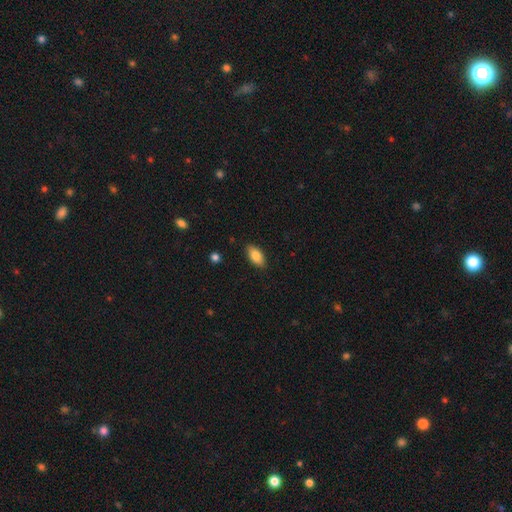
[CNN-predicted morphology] Smooth or featured: smooth — 84% (featured or disk — 10%)
How rounded: in between — 91% (cigar-shaped — 6%)
Merging: none — 87% (minor disturbance — 10%)